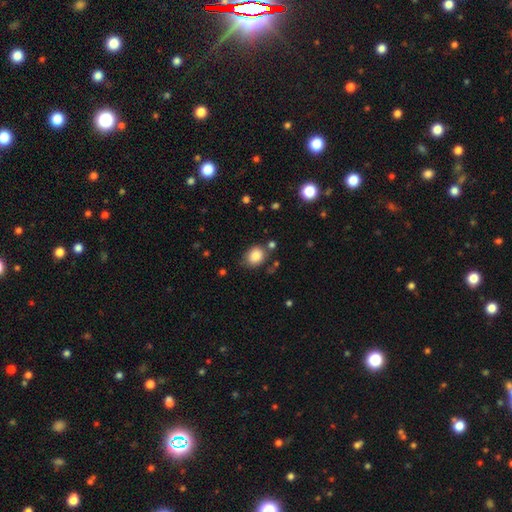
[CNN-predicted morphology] Smooth or featured?
  - smooth: 86% *
  - star or artifact: 9%
  - featured or disk: 5%
How rounded?
  - round: 55% *
  - in between: 44%
  - cigar-shaped: 1%
Merging?
  - none: 73% *
  - minor disturbance: 16%
  - merger: 5%
  - major disturbance: 5%